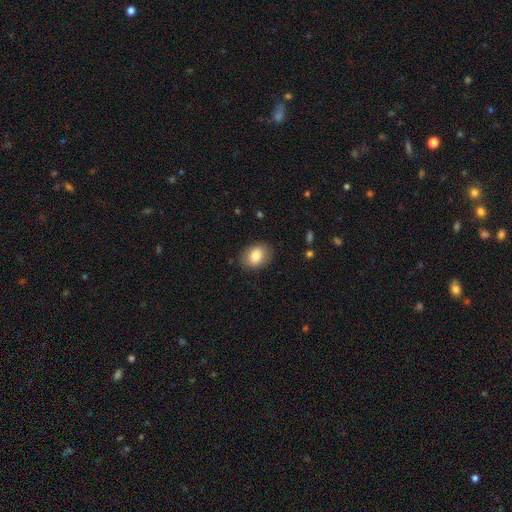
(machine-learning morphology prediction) This is clearly a smooth galaxy (84%). How rounded: likely in between (69%). Merging: clearly none (84%).